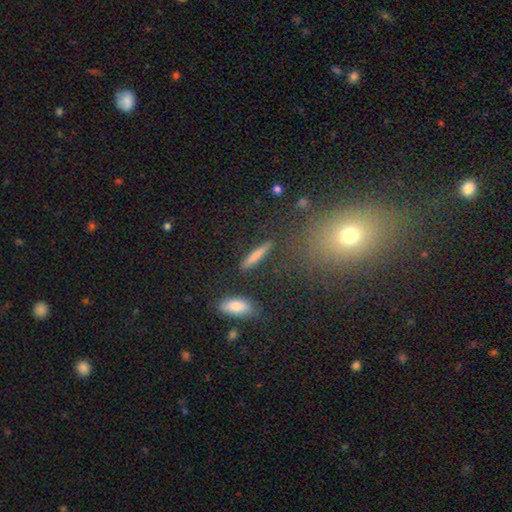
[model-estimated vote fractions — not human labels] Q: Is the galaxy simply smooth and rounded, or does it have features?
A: smooth — 75%.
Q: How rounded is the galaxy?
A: cigar-shaped — 89%.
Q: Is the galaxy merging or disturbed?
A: none — 87%.